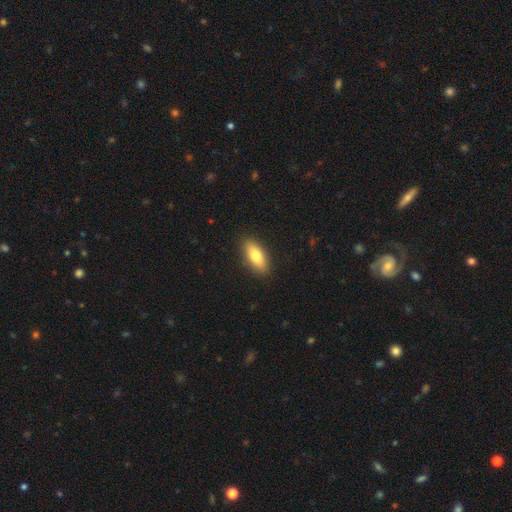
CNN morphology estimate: Smooth or featured: smooth — 78% (featured or disk — 15%)
How rounded: in between — 79% (cigar-shaped — 18%)
Merging: none — 89% (minor disturbance — 8%)